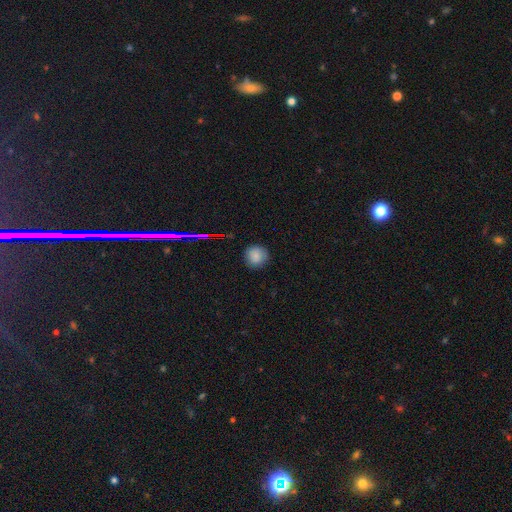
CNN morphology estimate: This appears to be a smooth galaxy with no disk features (83%) that is round (93%). Merging: none (88%).